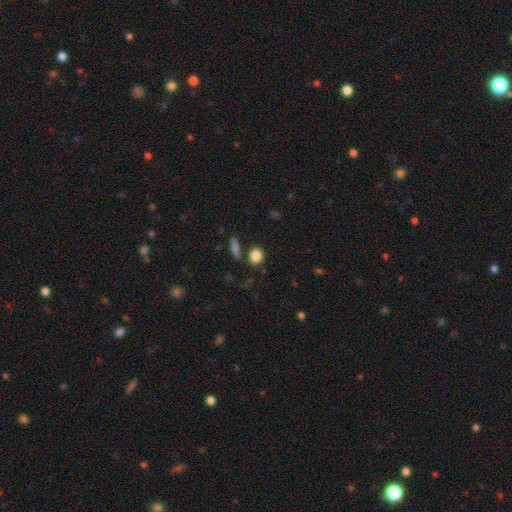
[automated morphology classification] Smooth or featured: smooth — 86% (star or artifact — 9%)
How rounded: round — 56% (in between — 42%)
Merging: none — 77% (minor disturbance — 10%)